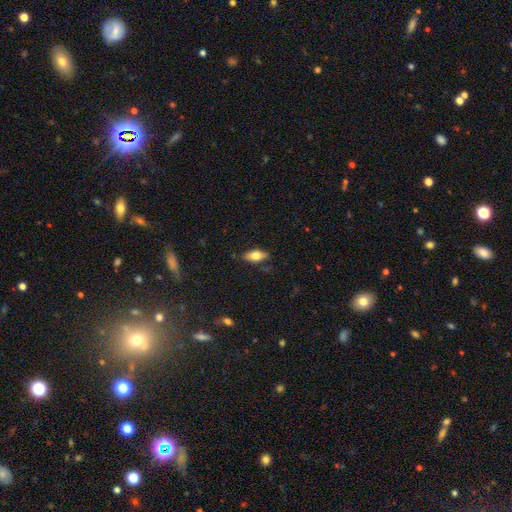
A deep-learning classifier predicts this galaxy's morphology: Q: Smooth or featured?
A: smooth (73%); runner-up: featured or disk (19%)
Q: How rounded?
A: in between (83%); runner-up: cigar-shaped (13%)
Q: Merging?
A: none (80%); runner-up: minor disturbance (15%)